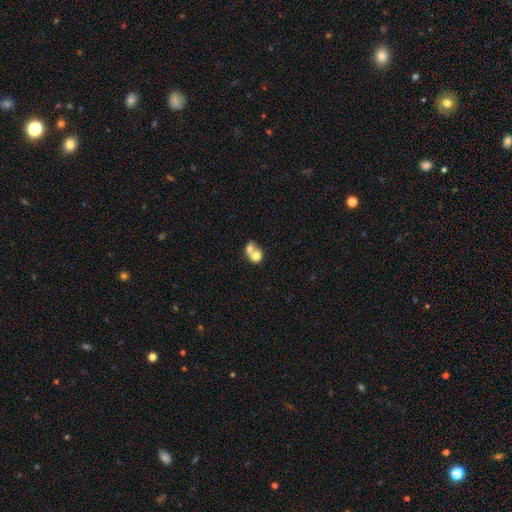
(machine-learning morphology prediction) Smooth or featured? smooth (71%)
How rounded? round (63%)
Merging? merger (72%)